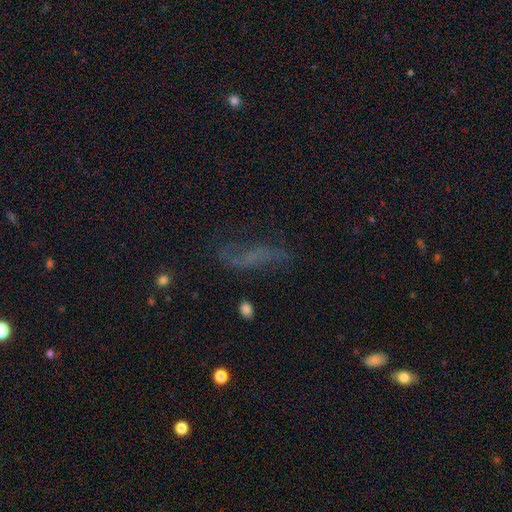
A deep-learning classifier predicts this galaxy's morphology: A featured or disk galaxy (48%).

Vote fractions:
- Smooth or featured? featured or disk: 48% / smooth: 32% / star or artifact: 20%
- Merging? none: 57% / minor disturbance: 21% / major disturbance: 19% / merger: 4%